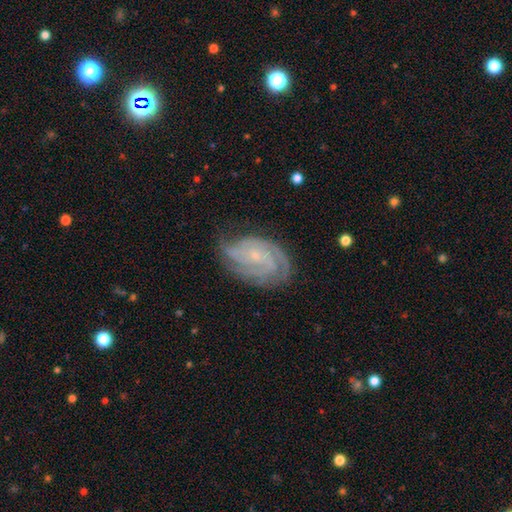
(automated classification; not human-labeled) This appears to be a featured or disk galaxy (87%) with no bar (68%), 3 (34%) tight (67%) spiral arms (98%) and a small central bulge (80%). Merging: none (74%).